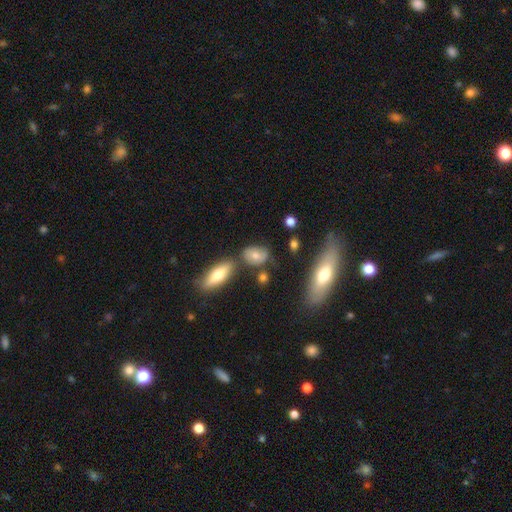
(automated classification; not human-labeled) Smooth or featured? Predicted: smooth (p=0.66). How rounded? Predicted: in between (p=0.74). Merging? Predicted: none (p=0.65).